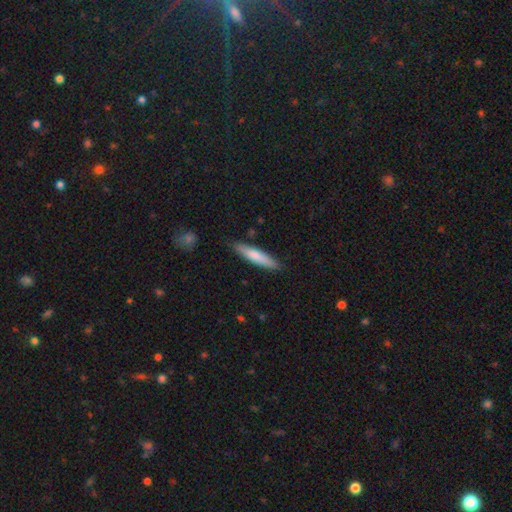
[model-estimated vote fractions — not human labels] Morphology: type=smooth (73%); roundness=cigar-shaped (87%); merging=none (87%).